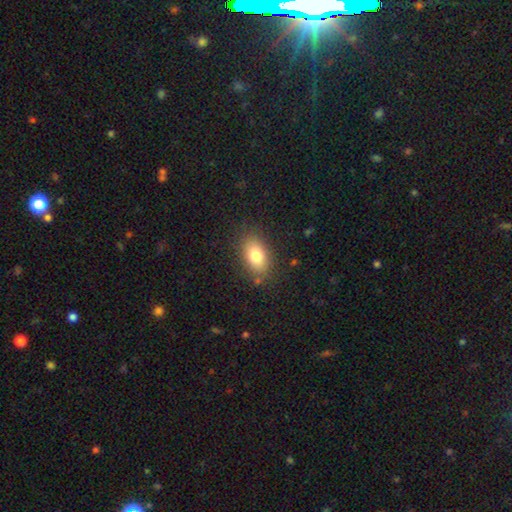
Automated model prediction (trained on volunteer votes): smooth_or_featured: smooth (p=0.79) [alt: featured or disk p=0.12]
how_rounded: in between (p=0.87) [alt: round p=0.11]
merging: none (p=0.83) [alt: minor disturbance p=0.12]